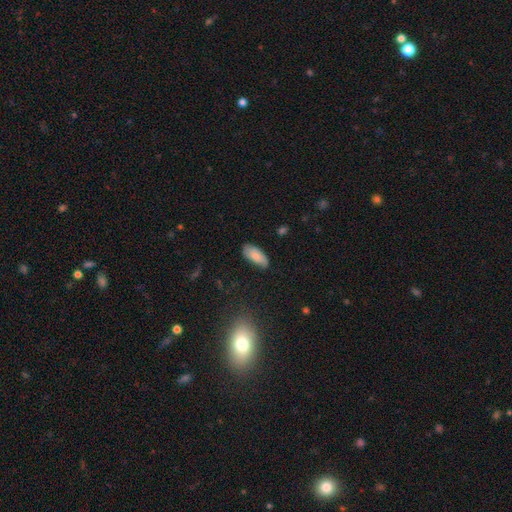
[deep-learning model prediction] This appears to be a smooth galaxy with no disk features (78%) that is in between round and cigar-shaped (89%). Merging: none (76%).